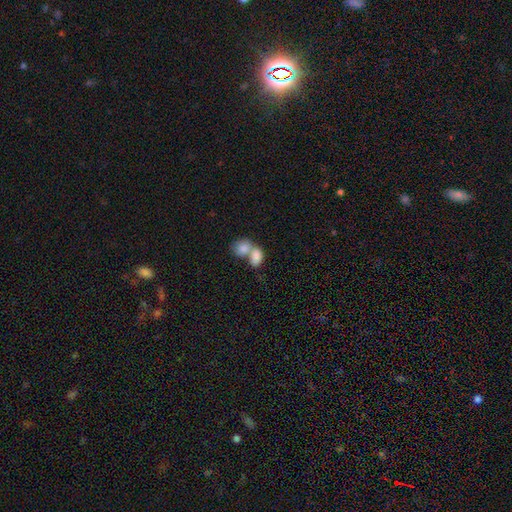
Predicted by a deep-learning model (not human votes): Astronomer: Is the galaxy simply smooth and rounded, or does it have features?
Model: smooth — 82%.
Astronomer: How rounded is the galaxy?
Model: in between — 78%.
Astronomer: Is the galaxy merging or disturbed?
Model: merger — 72%.